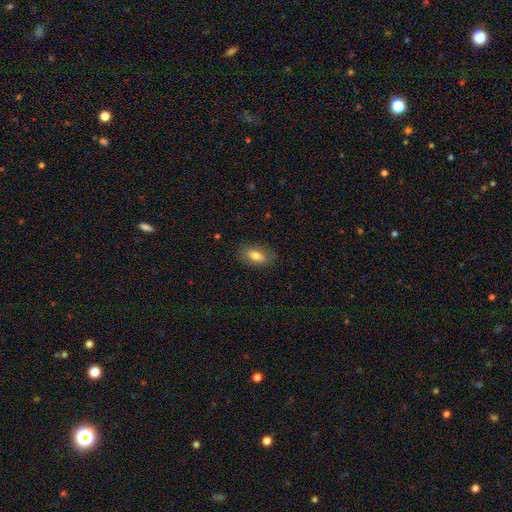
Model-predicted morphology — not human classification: Smooth or featured? Predicted: smooth (p=0.77). How rounded? Predicted: in between (p=0.86). Merging? Predicted: none (p=0.82).